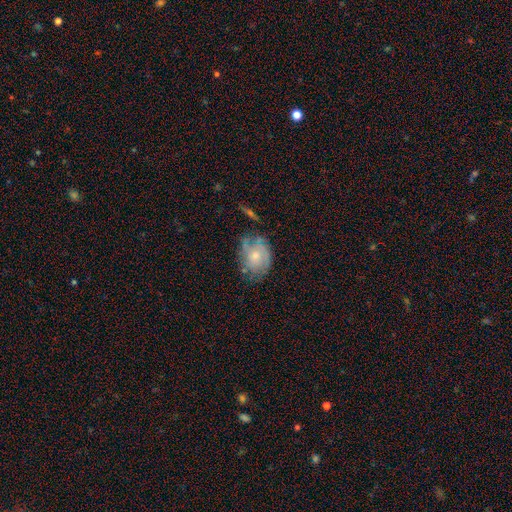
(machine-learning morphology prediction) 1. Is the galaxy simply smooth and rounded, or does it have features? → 46% smooth (tied), 46% featured or disk (tied), 7% star or artifact.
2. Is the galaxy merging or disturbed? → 57% none, 28% minor disturbance, 10% major disturbance, 6% merger.